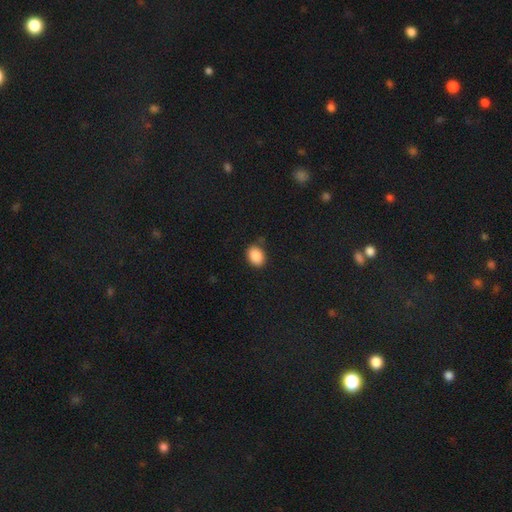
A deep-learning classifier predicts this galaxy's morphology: smooth_or_featured: smooth (p=0.88) [alt: star or artifact p=0.09]
how_rounded: in between (p=0.63) [alt: round p=0.36]
merging: none (p=0.81) [alt: minor disturbance p=0.13]